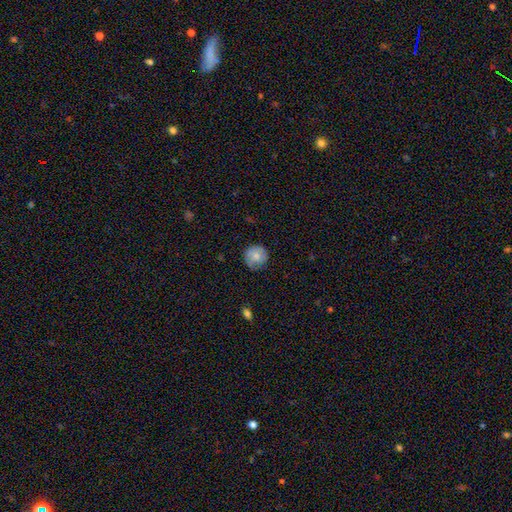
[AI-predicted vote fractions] Q: Smooth or featured?
A: smooth (70%); runner-up: featured or disk (23%)
Q: How rounded?
A: round (91%); runner-up: in between (8%)
Q: Merging?
A: none (76%); runner-up: minor disturbance (19%)